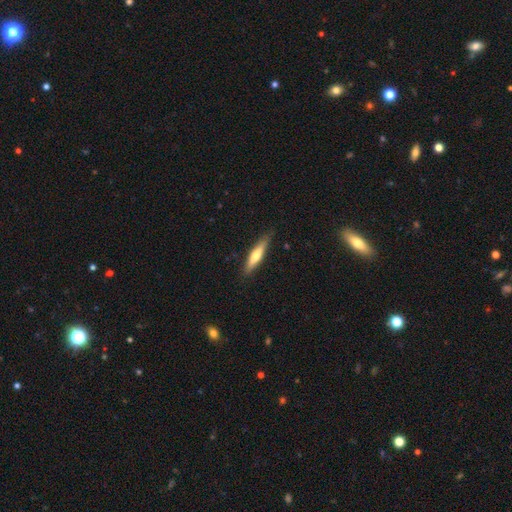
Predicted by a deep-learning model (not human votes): Overall: smooth (56%; featured or disk 39%). How rounded: cigar-shaped (82%). Merging: none (85%).